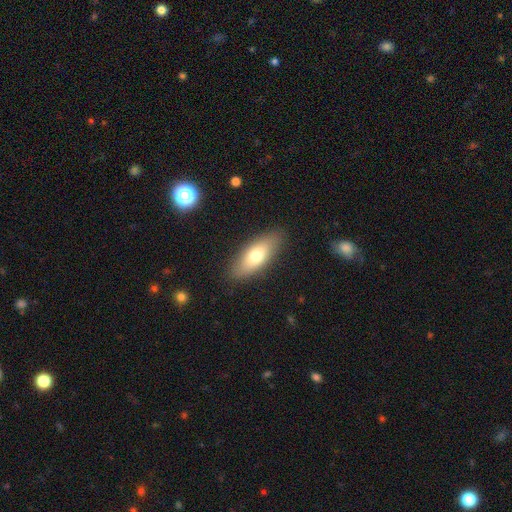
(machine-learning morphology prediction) smooth_or_featured: smooth (p=0.71) [alt: featured or disk p=0.22]
how_rounded: in between (p=0.74) [alt: cigar-shaped p=0.23]
merging: none (p=0.86) [alt: minor disturbance p=0.10]